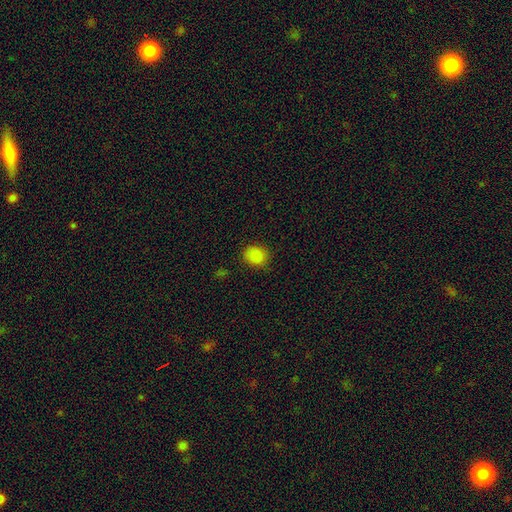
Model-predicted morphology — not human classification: Smooth or featured: smooth — 85% (star or artifact — 12%)
How rounded: round — 65% (in between — 34%)
Merging: none — 83% (minor disturbance — 12%)